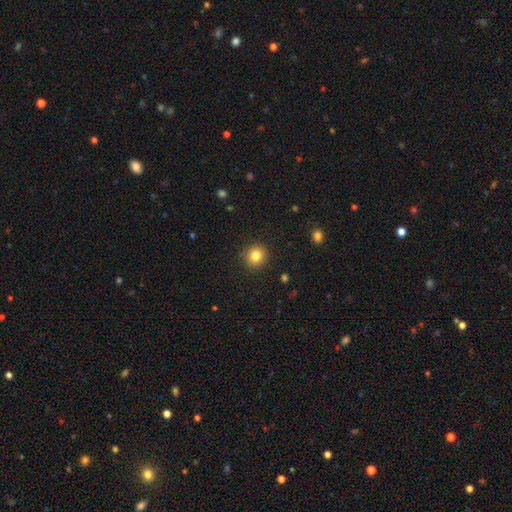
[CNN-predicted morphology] A smooth galaxy with no disk features (82%) that is round (91%). Merging: none (91%).